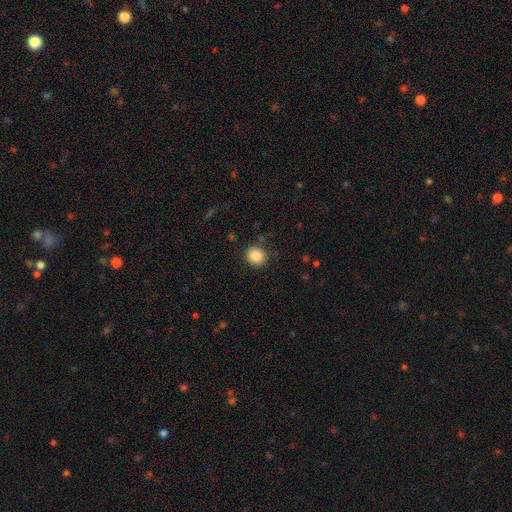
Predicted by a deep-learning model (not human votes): Smooth or featured: smooth — 87% (star or artifact — 9%)
How rounded: round — 86% (in between — 13%)
Merging: none — 88% (minor disturbance — 8%)